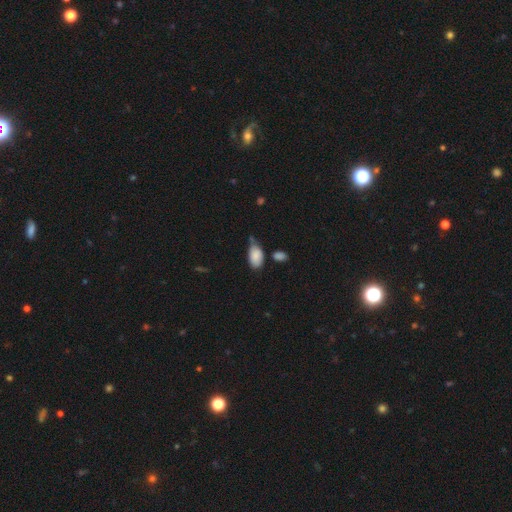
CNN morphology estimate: This appears to be a smooth galaxy with no disk features (86%) that is in between round and cigar-shaped (93%). Merging: none (46%).